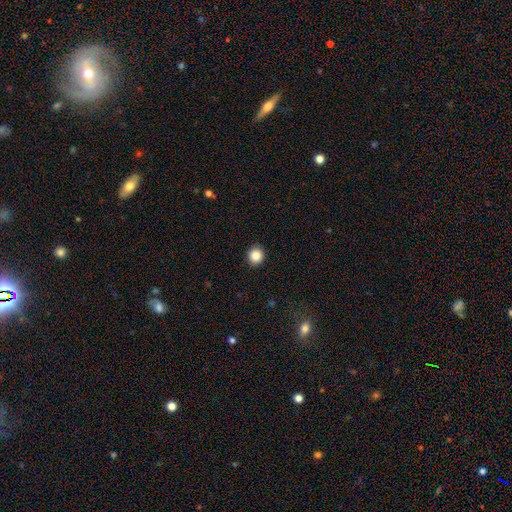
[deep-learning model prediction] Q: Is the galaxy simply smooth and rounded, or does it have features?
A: smooth — 87%.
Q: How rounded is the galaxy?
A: round — 91%.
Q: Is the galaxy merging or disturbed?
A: none — 91%.